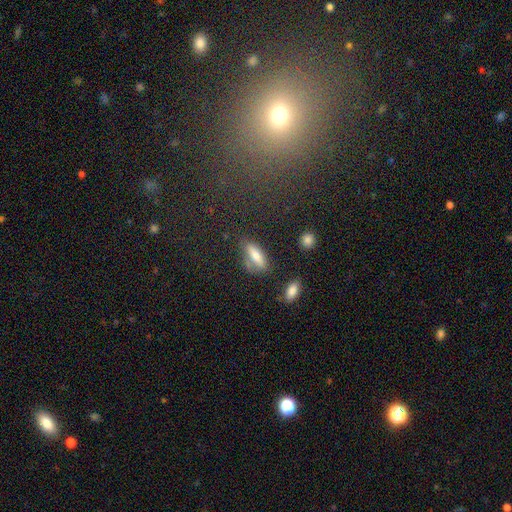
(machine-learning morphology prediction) Smooth or featured? smooth (67%)
How rounded? in between (55%)
Merging? none (61%)